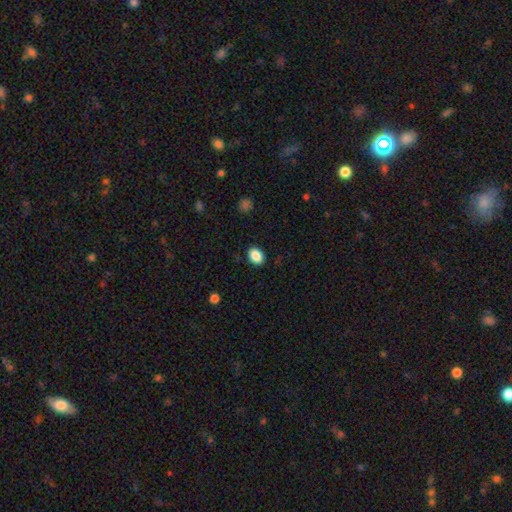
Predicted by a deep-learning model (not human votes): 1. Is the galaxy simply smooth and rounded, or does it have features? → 89% smooth, 8% star or artifact, 3% featured or disk.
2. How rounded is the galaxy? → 72% in between, 27% round, 1% cigar-shaped.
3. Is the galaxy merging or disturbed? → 88% none, 8% minor disturbance, 2% major disturbance, 1% merger.